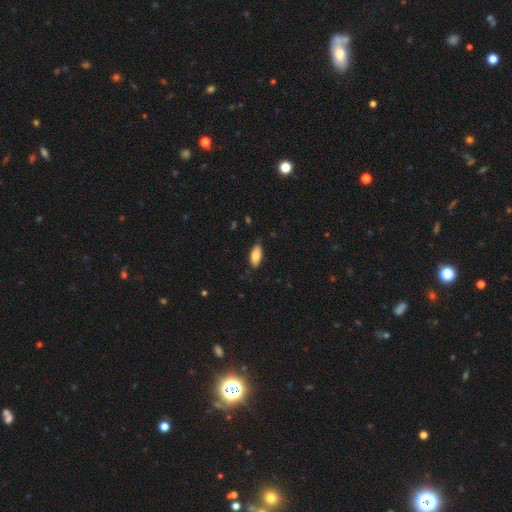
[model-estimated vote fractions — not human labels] Smooth or featured? smooth (84%)
How rounded? in between (88%)
Merging? none (82%)